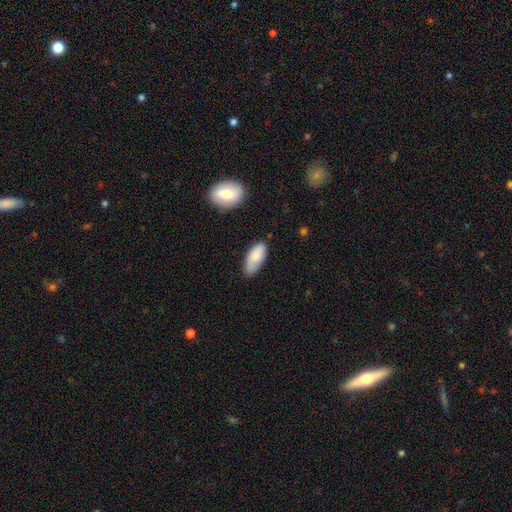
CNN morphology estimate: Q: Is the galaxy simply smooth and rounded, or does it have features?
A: smooth — 82%.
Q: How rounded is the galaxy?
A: in between — 89%.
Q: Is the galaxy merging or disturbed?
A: none — 63%.